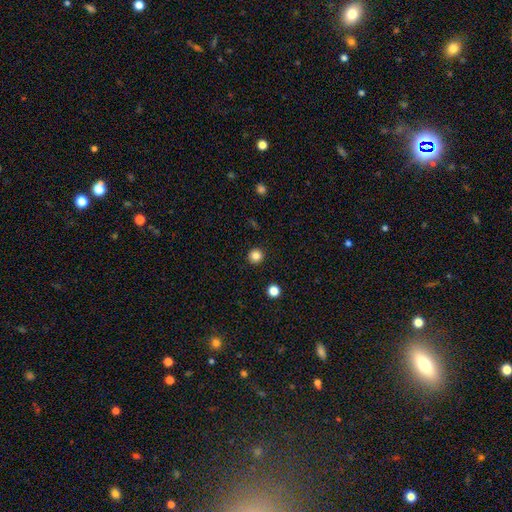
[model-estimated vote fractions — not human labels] Morphology: type=smooth (84%); roundness=round (95%); merging=none (93%).